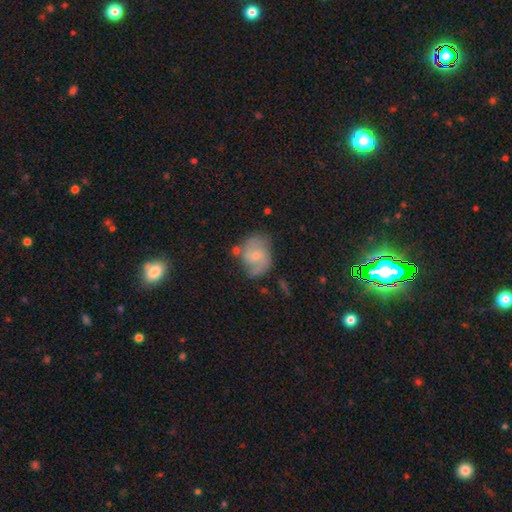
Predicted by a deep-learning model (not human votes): This is likely a featured or disk galaxy (66%). It is clearly not viewed edge-on (97%). Bar: possibly no (51%). Spiral arm pattern: clearly yes (90%). Spiral arm count: likely 2 (79%). Spiral winding: possibly medium (49%). Central bulge: likely small (62%). Merging: likely none (63%).